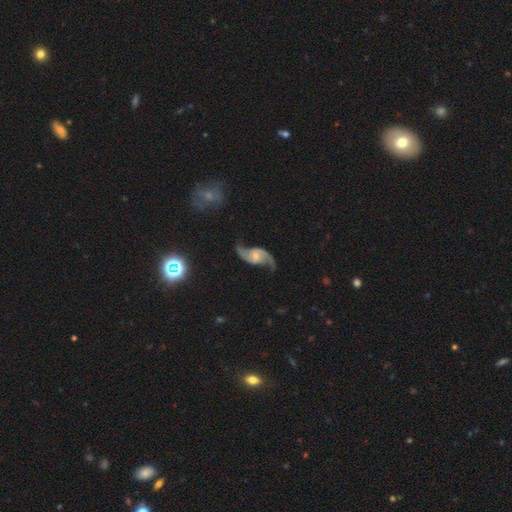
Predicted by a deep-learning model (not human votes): A featured or disk galaxy (90%) with no bar (52%), 2 (94%) loose (76%) spiral arms (97%) and a small central bulge (53%).

Vote fractions:
- Smooth or featured? featured or disk: 90% / smooth: 5% / star or artifact: 5%
- Edge-on disk? no: 97% / yes: 3%
- Bar? no: 52% / weak: 36% / strong: 12%
- Spiral arms? yes: 97% / no: 3%
- Spiral winding? loose: 76% / medium: 19% / tight: 5%
- Spiral arm count? 2: 94% / can't tell: 2% / 1: 2% / 3: 1% / 4: 1% / more than 4: 1%
- Bulge size? small: 53% / moderate: 40% / none: 4% / large: 2% / dominant: 1%
- Merging? none: 73% / minor disturbance: 16% / major disturbance: 9% / merger: 2%